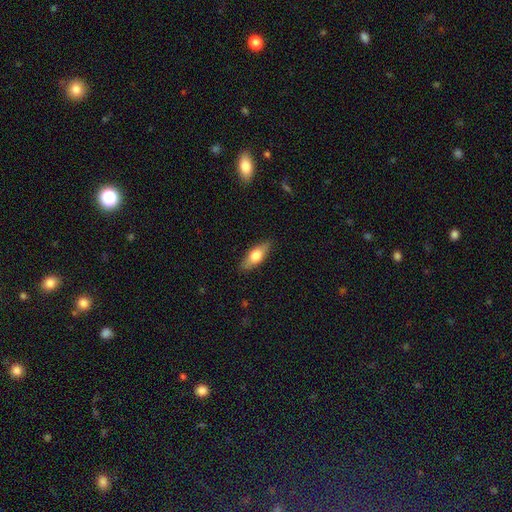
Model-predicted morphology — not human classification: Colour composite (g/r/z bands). It shows a smooth galaxy with no disk features (64%) that is in between round and cigar-shaped (69%). Merging: none (86%).